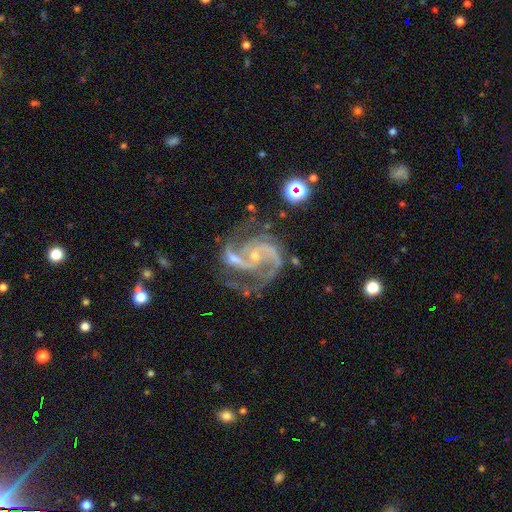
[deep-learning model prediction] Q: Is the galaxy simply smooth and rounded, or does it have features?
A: featured or disk — 92%.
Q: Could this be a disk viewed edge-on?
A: no — 98%.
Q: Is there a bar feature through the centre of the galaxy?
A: no — 52%.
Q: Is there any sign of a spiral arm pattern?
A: yes — 98%.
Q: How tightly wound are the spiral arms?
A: medium — 63%.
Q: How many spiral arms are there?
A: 2 — 80%.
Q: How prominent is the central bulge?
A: small — 77%.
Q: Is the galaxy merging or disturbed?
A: none — 54%.